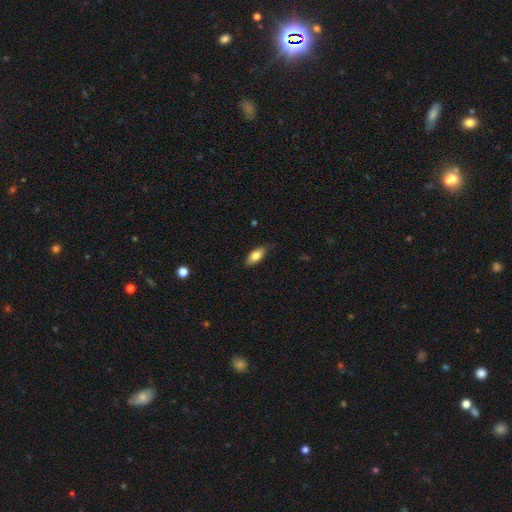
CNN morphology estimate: smooth-or-featured: smooth: 80% | featured or disk: 14% | star or artifact: 7%
  how-rounded: in between: 83% | cigar-shaped: 14% | round: 3%
  merging: none: 80% | minor disturbance: 16% | major disturbance: 3% | merger: 1%